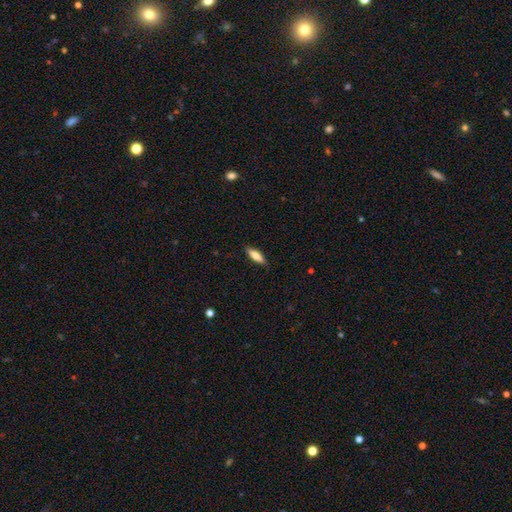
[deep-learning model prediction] This is likely a smooth galaxy (73%). How rounded: possibly in between (52%). Merging: clearly none (87%).